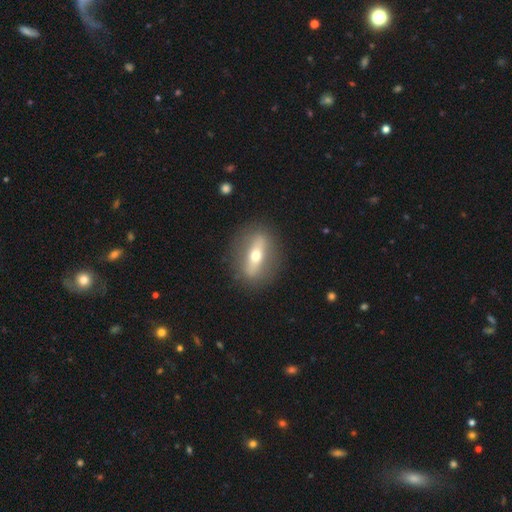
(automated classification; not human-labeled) Overall: featured or disk (59%; smooth 34%). Edge-on disk: yes (53%; no 47%). Merging: none (85%).